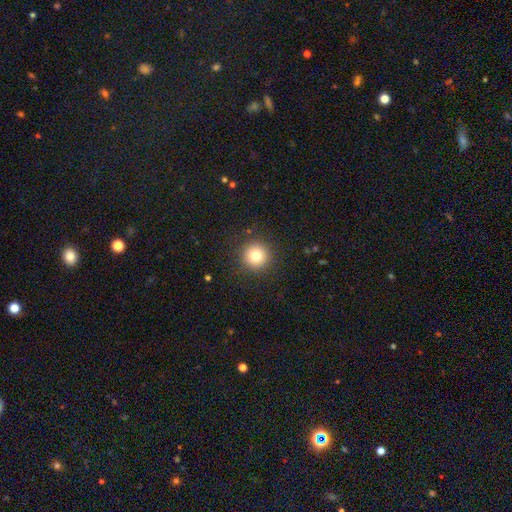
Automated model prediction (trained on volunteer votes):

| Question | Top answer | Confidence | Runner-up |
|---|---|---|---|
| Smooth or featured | smooth | 80% | star or artifact (12%) |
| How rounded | round | 96% | in between (3%) |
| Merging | none | 90% | minor disturbance (6%) |